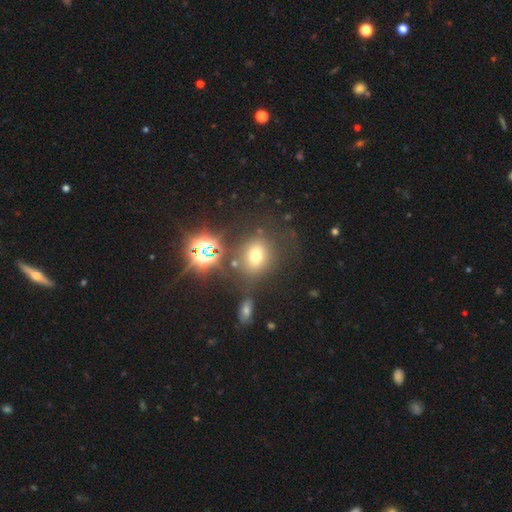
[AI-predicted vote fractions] Morphology: type=smooth (64%); roundness=round (68%); merging=none (71%).